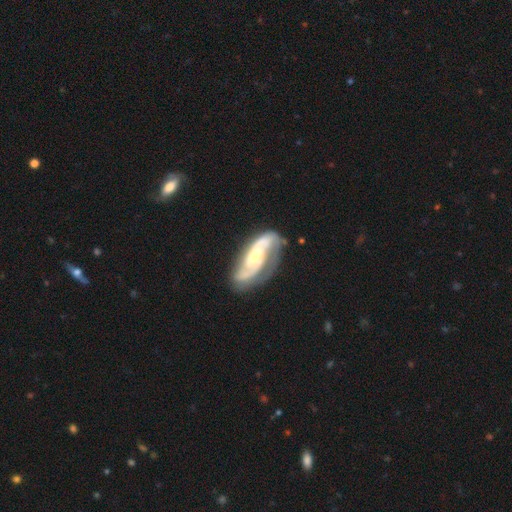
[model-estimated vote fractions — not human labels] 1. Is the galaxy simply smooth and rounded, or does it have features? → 82% featured or disk, 13% smooth, 5% star or artifact.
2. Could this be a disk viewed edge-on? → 94% no, 6% yes.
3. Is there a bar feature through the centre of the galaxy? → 52% no, 32% weak, 16% strong.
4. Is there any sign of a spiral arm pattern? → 95% yes, 5% no.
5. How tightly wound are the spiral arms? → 45% medium, 34% tight, 22% loose.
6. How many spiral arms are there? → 76% 2, 10% can't tell, 6% 3, 5% 1, 2% 4, 2% more than 4.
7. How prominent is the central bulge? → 50% small, 38% moderate, 6% large, 5% none, 1% dominant.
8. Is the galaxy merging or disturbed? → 62% none, 22% minor disturbance, 13% major disturbance, 3% merger.